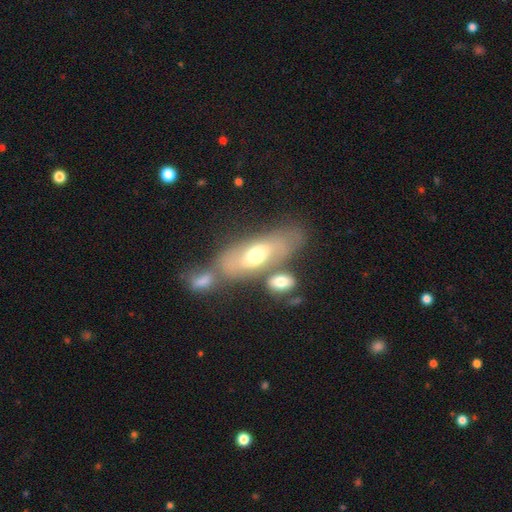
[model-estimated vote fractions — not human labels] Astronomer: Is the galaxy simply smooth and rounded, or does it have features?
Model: smooth — 47% (runner-up: featured or disk, 46%).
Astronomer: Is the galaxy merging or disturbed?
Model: none — 42% (runner-up: merger, 33%).